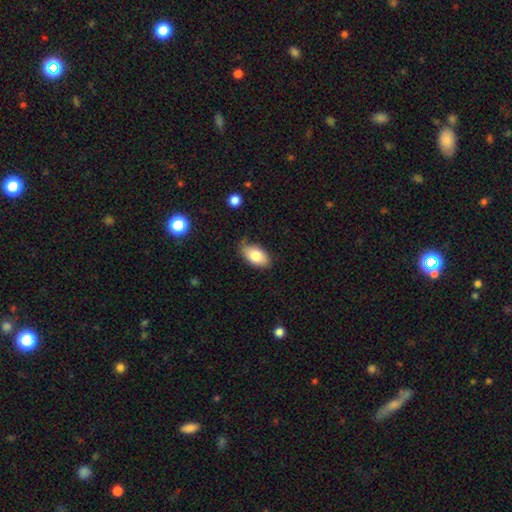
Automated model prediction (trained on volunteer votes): A smooth galaxy with no disk features (80%) that is in between round and cigar-shaped (93%). Merging: none (72%).